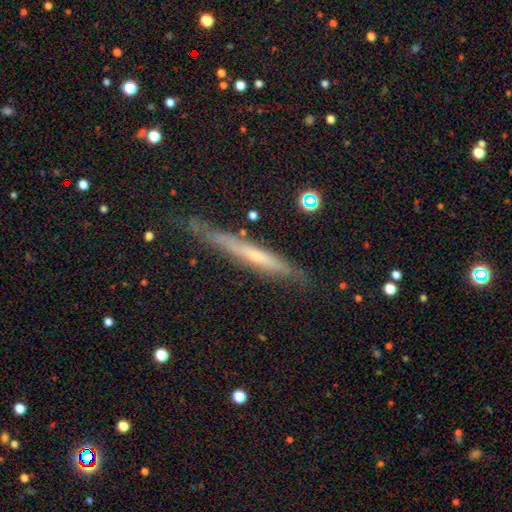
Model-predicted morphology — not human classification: The model was most divided on "edge-on bulge": none: 58%, rounded: 38%, boxy: 4%. More confident: edge-on disk — yes (91%); merging — none (75%); smooth or featured — featured or disk (64%).